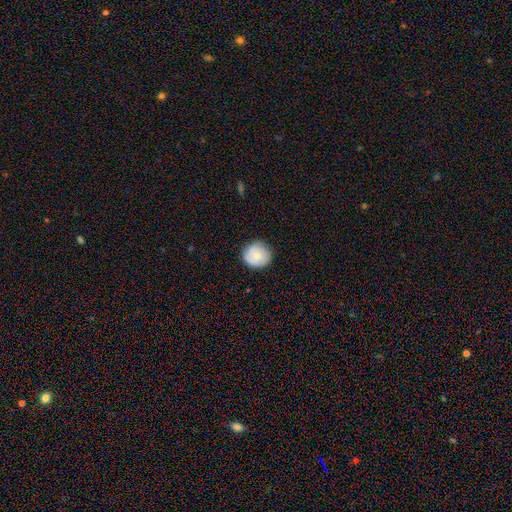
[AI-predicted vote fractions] Smooth or featured? Predicted: smooth (p=0.74). How rounded? Predicted: round (p=0.89). Merging? Predicted: none (p=0.82).